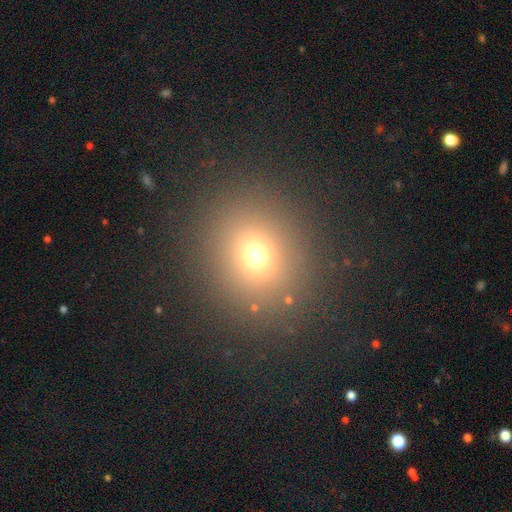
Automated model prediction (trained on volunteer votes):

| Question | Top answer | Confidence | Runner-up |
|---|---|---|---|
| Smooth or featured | smooth | 67% | star or artifact (25%) |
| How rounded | round | 80% | in between (19%) |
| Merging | none | 85% | minor disturbance (7%) |